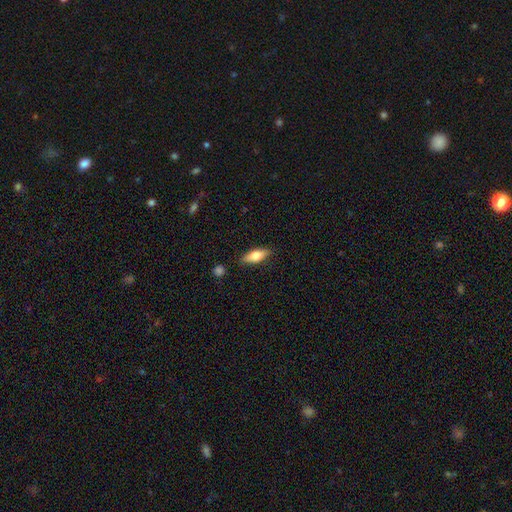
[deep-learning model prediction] Q: Smooth or featured?
A: smooth (69%); runner-up: featured or disk (25%)
Q: How rounded?
A: in between (64%); runner-up: cigar-shaped (33%)
Q: Merging?
A: none (85%); runner-up: minor disturbance (10%)